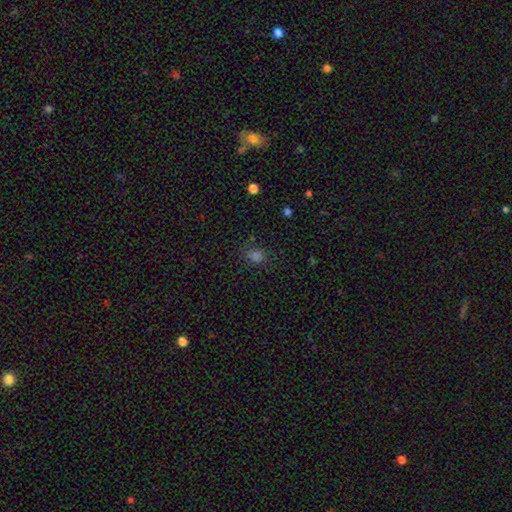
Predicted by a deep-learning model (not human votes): A smooth galaxy with no disk features (71%) that is in between round and cigar-shaped (52%). Merging: none (77%).